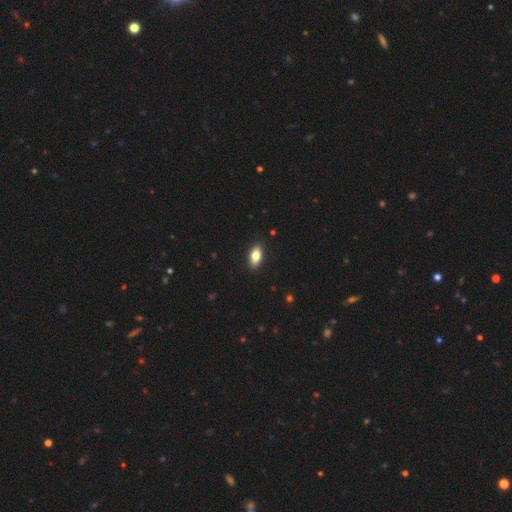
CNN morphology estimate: A smooth galaxy with no disk features (79%) that is in between round and cigar-shaped (87%).

Vote fractions:
- Smooth or featured? smooth: 79% / featured or disk: 13% / star or artifact: 7%
- How rounded? in between: 87% / cigar-shaped: 9% / round: 4%
- Merging? none: 89% / minor disturbance: 8% / major disturbance: 2% / merger: 1%